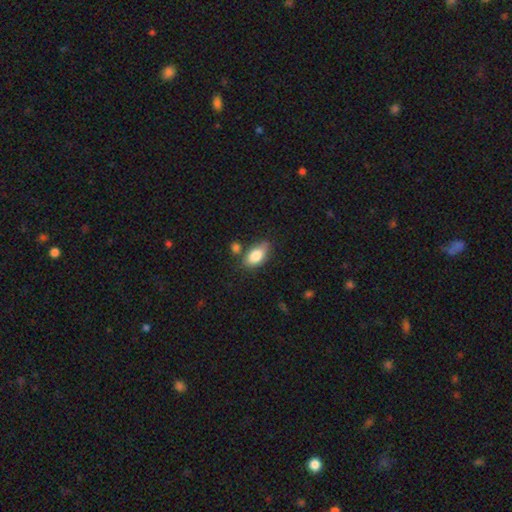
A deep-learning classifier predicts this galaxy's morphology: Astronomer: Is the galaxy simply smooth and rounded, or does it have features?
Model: smooth — 82%.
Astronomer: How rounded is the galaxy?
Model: in between — 89%.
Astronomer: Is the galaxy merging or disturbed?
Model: none — 60%.